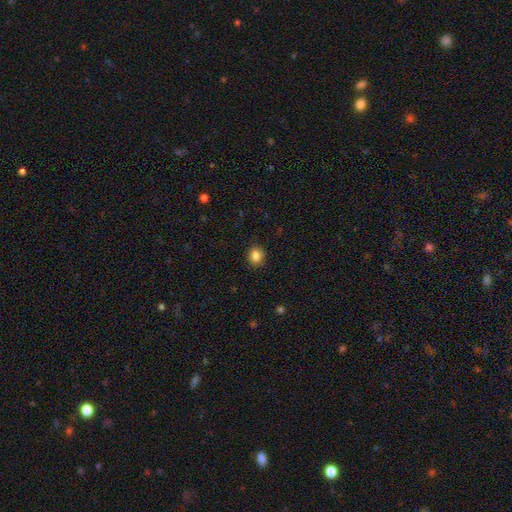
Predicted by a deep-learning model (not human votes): smooth-or-featured: smooth: 85% | star or artifact: 10% | featured or disk: 5%
  how-rounded: round: 72% | in between: 27% | cigar-shaped: 1%
  merging: none: 90% | minor disturbance: 7% | major disturbance: 2% | merger: 1%